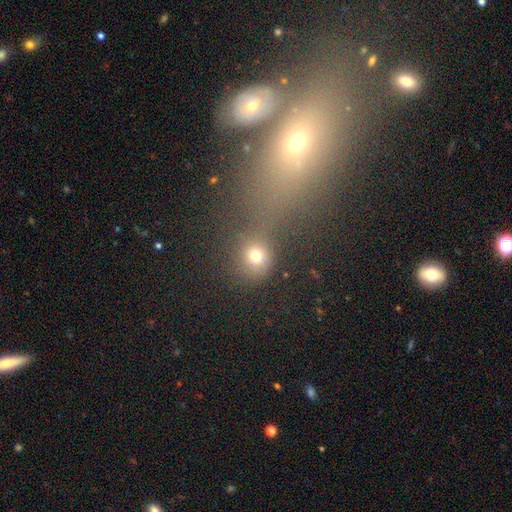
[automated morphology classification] type=smooth (70%); roundness=round (83%); merging=none (67%).